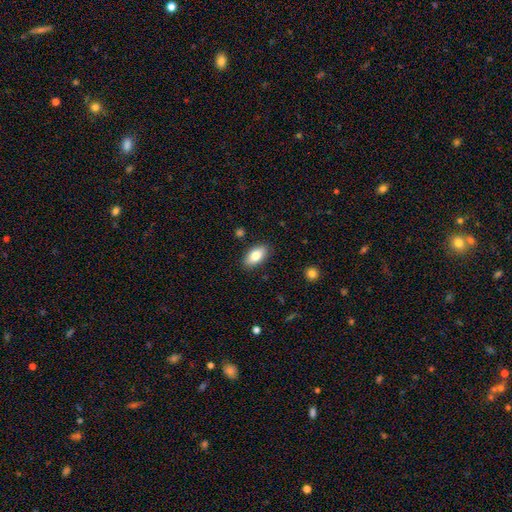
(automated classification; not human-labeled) Smooth or featured: smooth — 81% (featured or disk — 12%)
How rounded: in between — 92% (cigar-shaped — 4%)
Merging: none — 88% (minor disturbance — 9%)